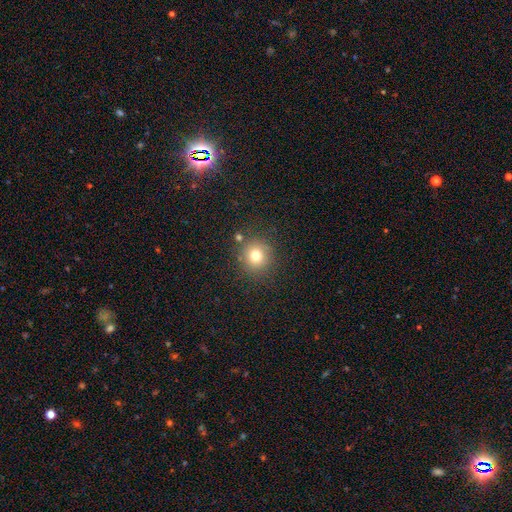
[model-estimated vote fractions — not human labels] Q: Smooth or featured?
A: smooth (76%); runner-up: star or artifact (15%)
Q: How rounded?
A: round (92%); runner-up: in between (7%)
Q: Merging?
A: none (83%); runner-up: minor disturbance (9%)